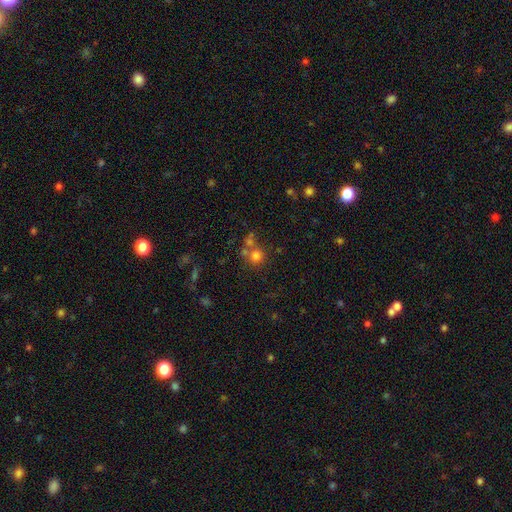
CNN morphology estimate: This is likely a smooth galaxy (72%). How rounded: clearly round (88%). Merging: possibly none (56%).